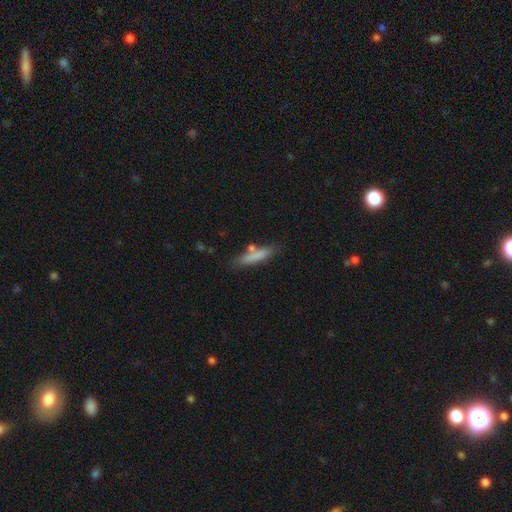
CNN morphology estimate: Smooth or featured? smooth (78%)
How rounded? cigar-shaped (81%)
Merging? none (73%)